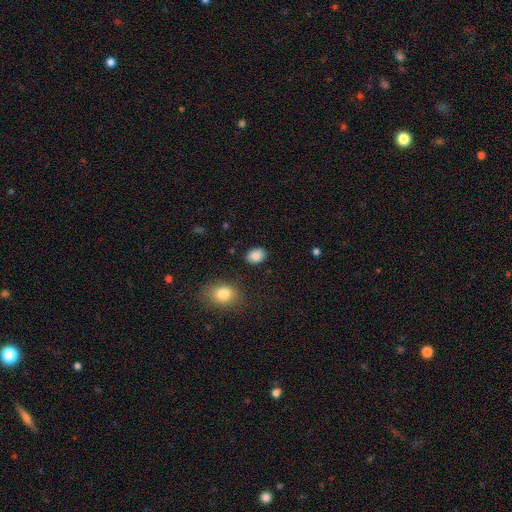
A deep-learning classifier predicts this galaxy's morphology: smooth 88%, star or artifact 8%, featured or disk 4%. Down the decision tree: how rounded — in between (74%); merging — none (86%).